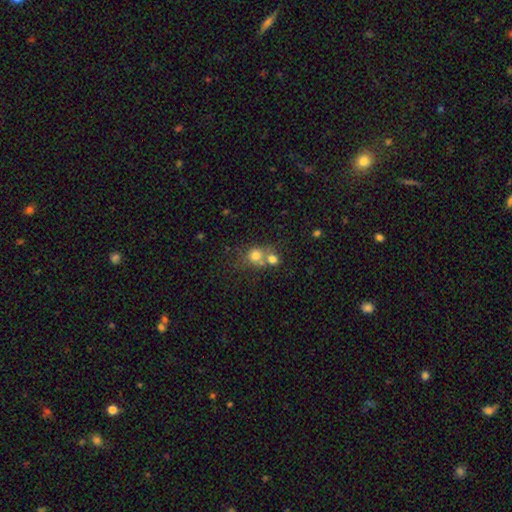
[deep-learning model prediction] Q: Smooth or featured?
A: smooth (73%); runner-up: featured or disk (14%)
Q: How rounded?
A: round (81%); runner-up: in between (18%)
Q: Merging?
A: merger (51%); runner-up: none (38%)